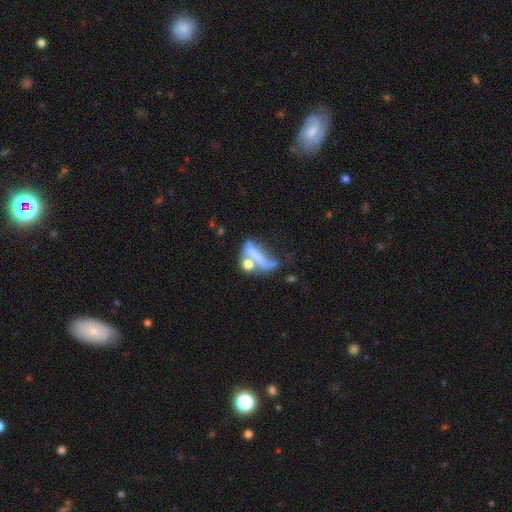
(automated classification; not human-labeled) A smooth galaxy with no disk features (45%). Merging: merger (40%).